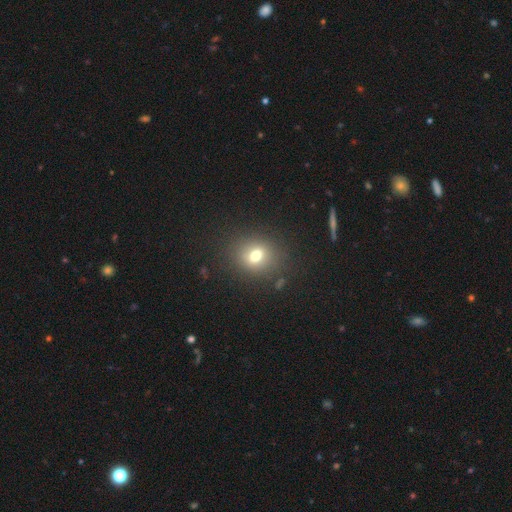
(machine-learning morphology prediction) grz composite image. It shows a smooth galaxy with no disk features (70%) that is round (65%). Merging: none (84%).